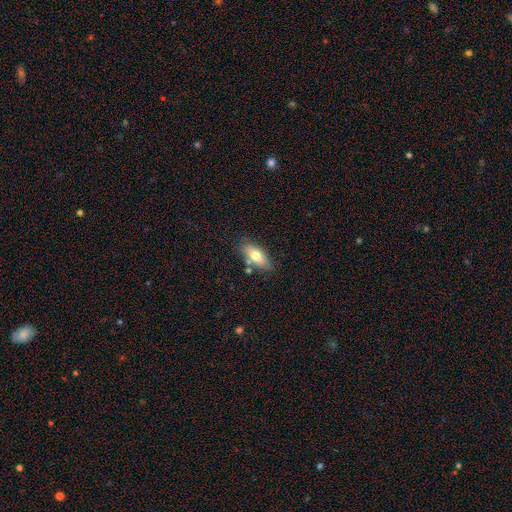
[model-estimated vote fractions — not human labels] Morphology: type=smooth (70%); roundness=in between (85%); merging=none (75%).